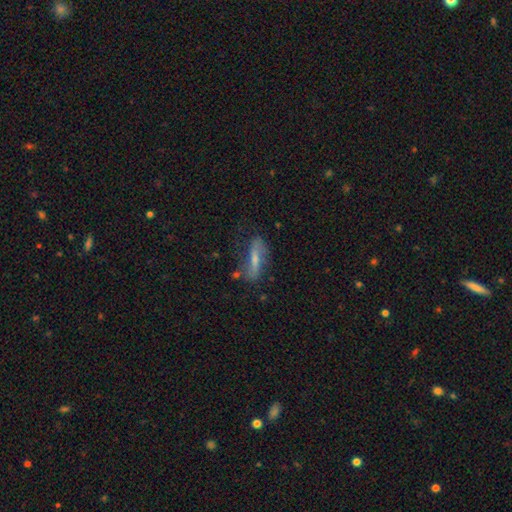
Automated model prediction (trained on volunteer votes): The model was most divided on "smooth or featured": featured or disk: 62%, smooth: 26%, star or artifact: 11%. More confident: edge-on disk — no (70%); merging — none (66%).